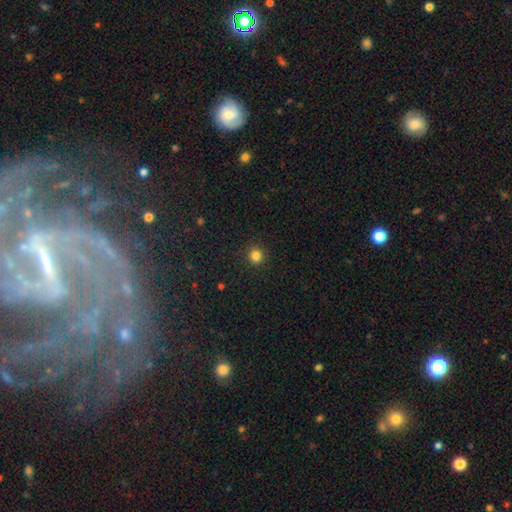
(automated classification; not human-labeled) This is clearly a smooth galaxy (84%). How rounded: clearly round (87%). Merging: clearly none (91%).